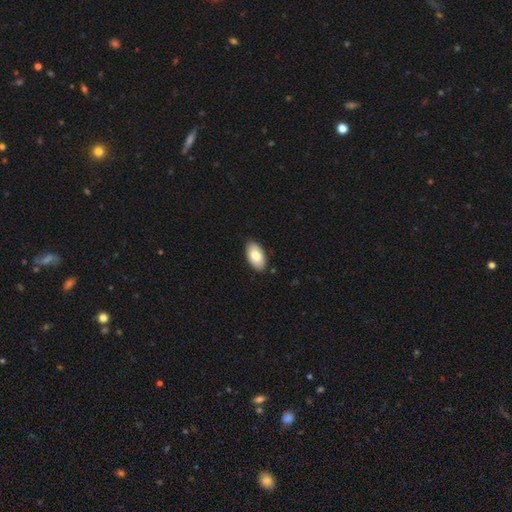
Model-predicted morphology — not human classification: Overall: smooth (78%). How rounded: in between (95%). Merging: none (88%).